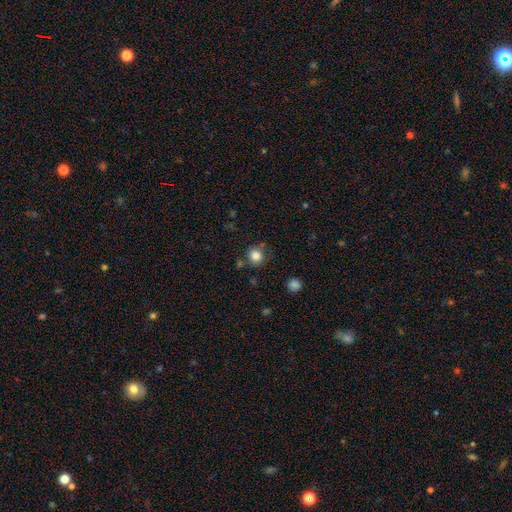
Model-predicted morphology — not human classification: Smooth or featured: smooth — 83% (star or artifact — 11%)
How rounded: round — 88% (in between — 11%)
Merging: none — 77% (minor disturbance — 13%)